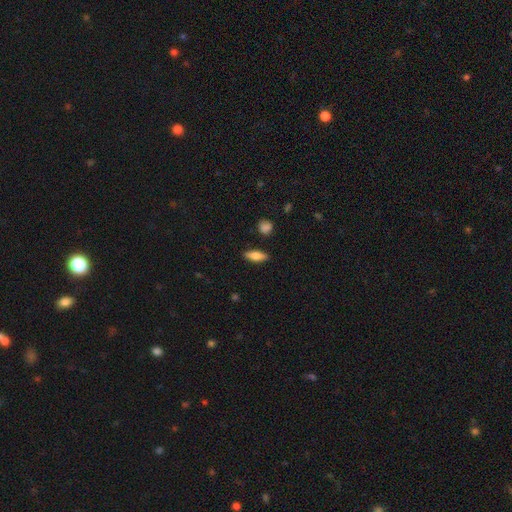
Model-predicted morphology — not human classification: Smooth or featured?
  - smooth: 71% *
  - featured or disk: 22%
  - star or artifact: 7%
How rounded?
  - in between: 65% *
  - cigar-shaped: 32%
  - round: 3%
Merging?
  - none: 87% *
  - minor disturbance: 9%
  - major disturbance: 2%
  - merger: 2%